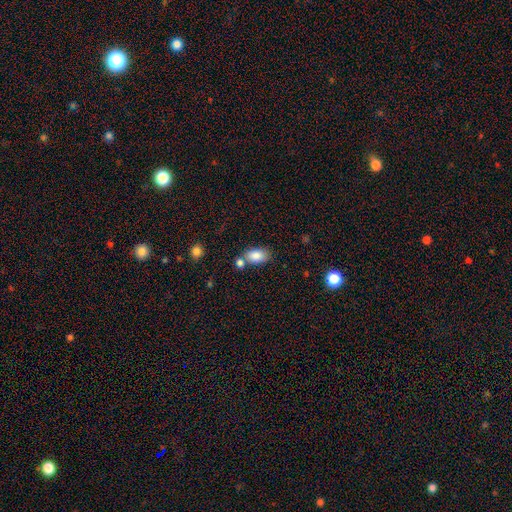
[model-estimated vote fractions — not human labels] Q: Smooth or featured?
A: smooth (85%); runner-up: star or artifact (8%)
Q: How rounded?
A: in between (90%); runner-up: round (8%)
Q: Merging?
A: none (62%); runner-up: merger (20%)